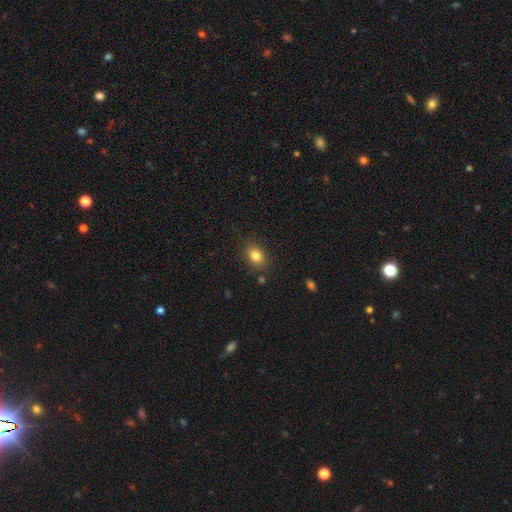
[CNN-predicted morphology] Smooth or featured?
  - smooth: 82% *
  - star or artifact: 10%
  - featured or disk: 7%
How rounded?
  - in between: 65% *
  - round: 33%
  - cigar-shaped: 1%
Merging?
  - none: 83% *
  - minor disturbance: 12%
  - major disturbance: 3%
  - merger: 3%